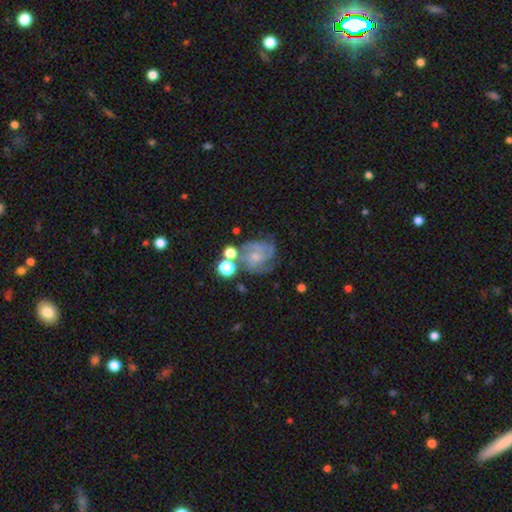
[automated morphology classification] Smooth or featured?
  - featured or disk: 67% *
  - smooth: 22%
  - star or artifact: 12%
Edge-on disk?
  - no: 98% *
  - yes: 2%
Bar?
  - no: 71% *
  - weak: 25%
  - strong: 4%
Spiral arms?
  - yes: 87% *
  - no: 13%
Spiral winding?
  - tight: 48% *
  - medium: 40%
  - loose: 13%
Spiral arm count?
  - can't tell: 31% *
  - 3: 30%
  - 4: 15%
  - 2: 14%
  - more than 4: 5%
  - 1: 5%
Bulge size?
  - small: 63% *
  - moderate: 22%
  - none: 13%
  - large: 2%
  - dominant: 1%
Merging?
  - none: 50% *
  - minor disturbance: 22%
  - major disturbance: 16%
  - merger: 12%